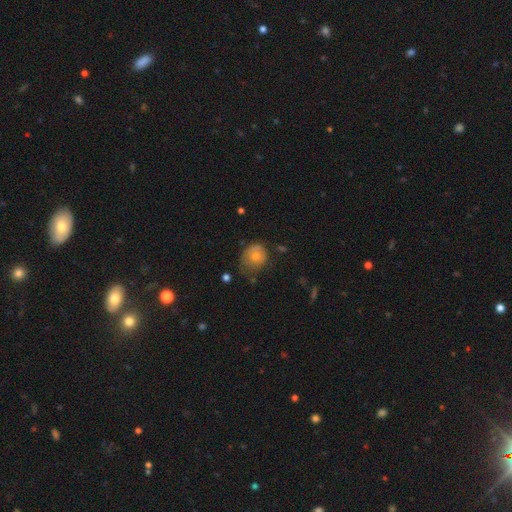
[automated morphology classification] Overall: smooth (60%; featured or disk 31%). How rounded: round (70%). Merging: none (47%; minor disturbance 34%).